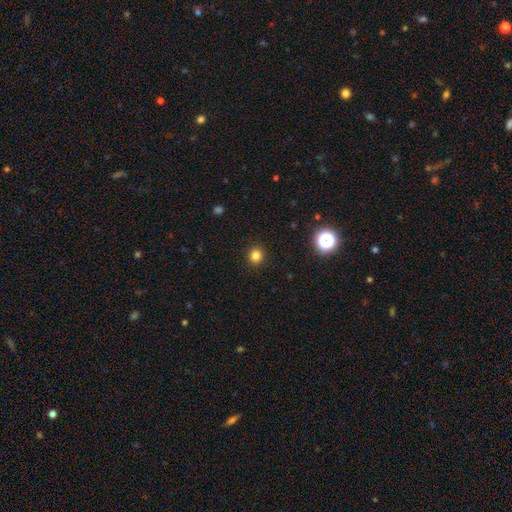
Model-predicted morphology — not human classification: Q: Smooth or featured?
A: smooth (81%); runner-up: star or artifact (14%)
Q: How rounded?
A: round (88%); runner-up: in between (11%)
Q: Merging?
A: none (92%); runner-up: minor disturbance (5%)